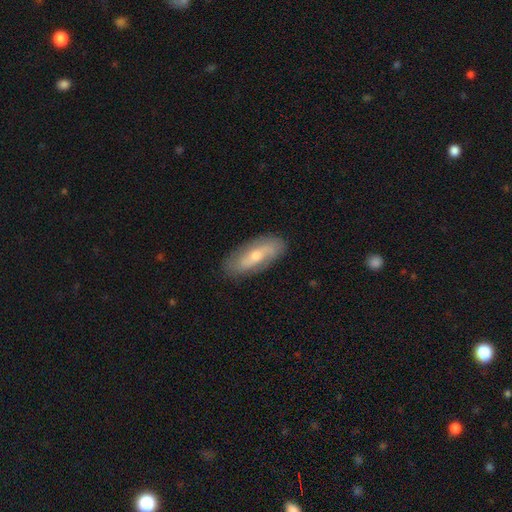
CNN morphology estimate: This is possibly a featured or disk galaxy (58%). It is clearly not viewed edge-on (81%). Merging: clearly none (84%).